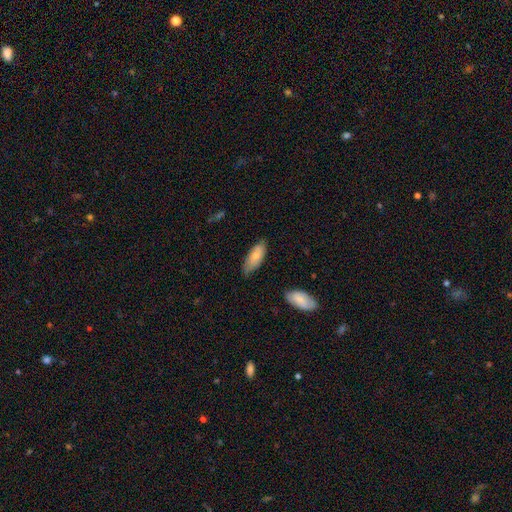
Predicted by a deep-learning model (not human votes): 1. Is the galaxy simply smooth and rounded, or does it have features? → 72% smooth, 22% featured or disk, 6% star or artifact.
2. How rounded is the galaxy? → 80% in between, 18% cigar-shaped, 2% round.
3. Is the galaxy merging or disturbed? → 71% none, 24% minor disturbance, 4% major disturbance, 2% merger.